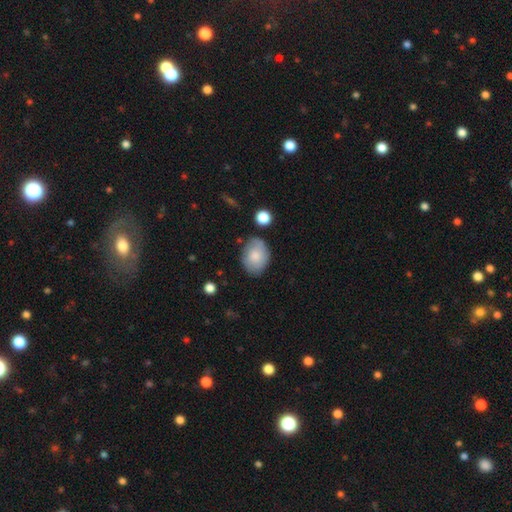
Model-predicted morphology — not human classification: Smooth or featured? Predicted: smooth (p=0.76). How rounded? Predicted: in between (p=0.74). Merging? Predicted: none (p=0.70).